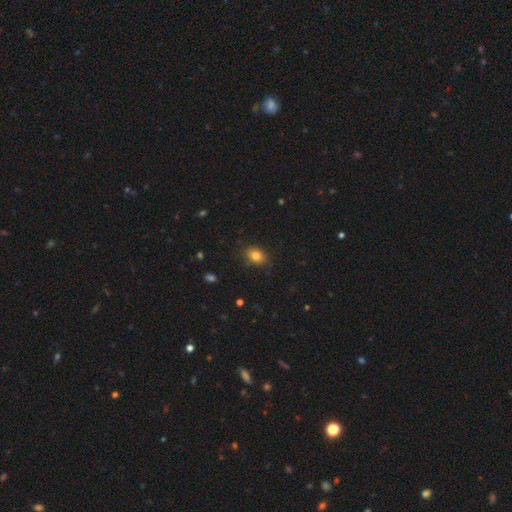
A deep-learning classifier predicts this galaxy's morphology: smooth 82%, star or artifact 11%, featured or disk 8%. Down the decision tree: how rounded — in between (73%); merging — none (84%).